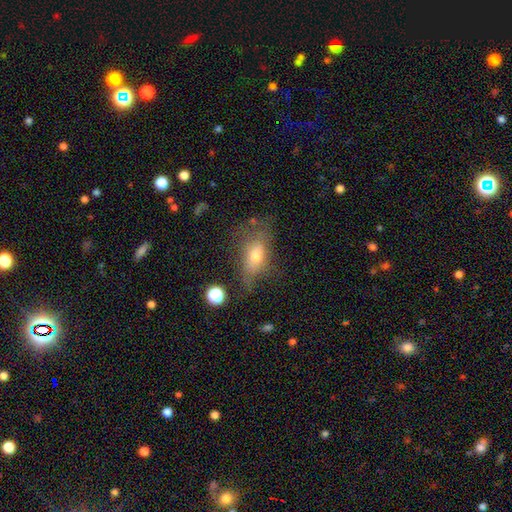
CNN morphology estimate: Q: Smooth or featured?
A: smooth (59%); runner-up: featured or disk (29%)
Q: How rounded?
A: in between (79%); runner-up: round (10%)
Q: Merging?
A: none (48%); runner-up: minor disturbance (27%)